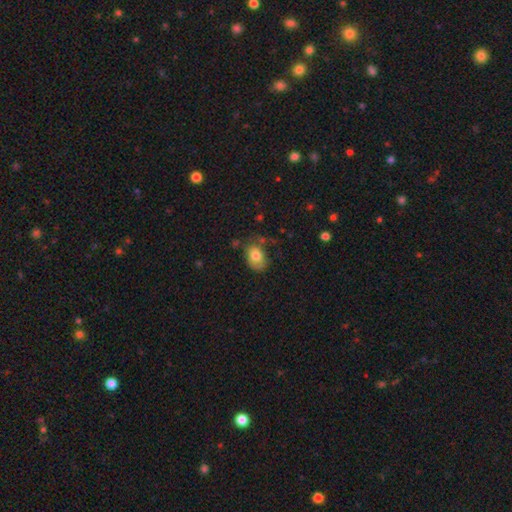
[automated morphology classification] A smooth galaxy with no disk features (75%) that is in between round and cigar-shaped (73%). Merging: none (53%).